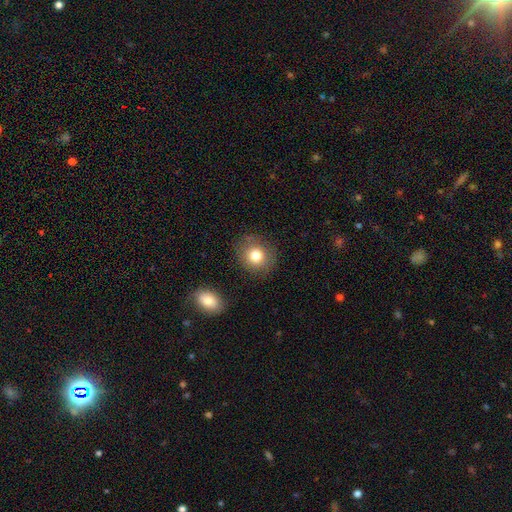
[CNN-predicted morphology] smooth-or-featured: smooth: 81% | featured or disk: 10% | star or artifact: 9%
  how-rounded: round: 78% | in between: 21% | cigar-shaped: 1%
  merging: none: 82% | minor disturbance: 11% | major disturbance: 4% | merger: 3%